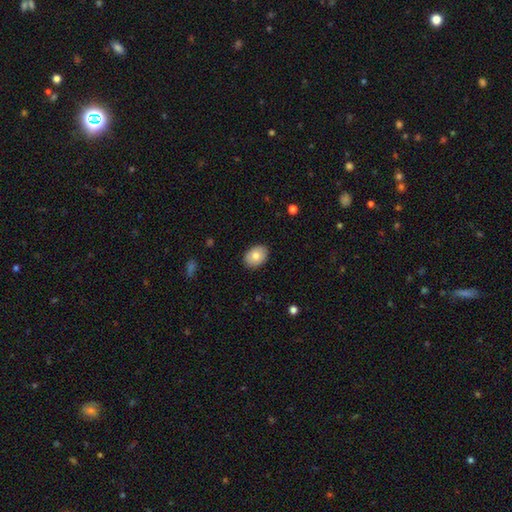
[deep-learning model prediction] smooth 80%, featured or disk 13%, star or artifact 7%. Down the decision tree: how rounded — in between (76%); merging — none (87%).